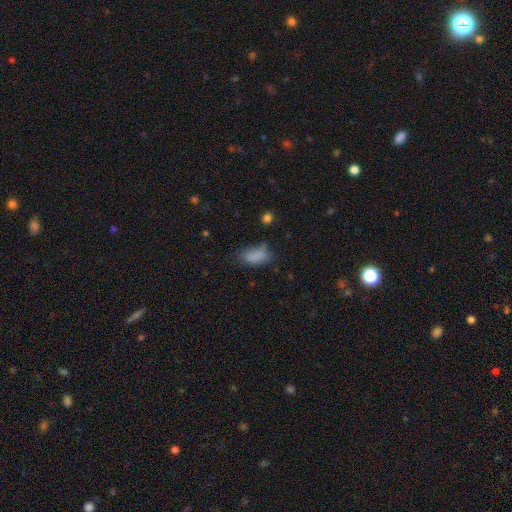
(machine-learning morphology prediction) Smooth or featured? Predicted: smooth (p=0.83). How rounded? Predicted: in between (p=0.90). Merging? Predicted: none (p=0.57).